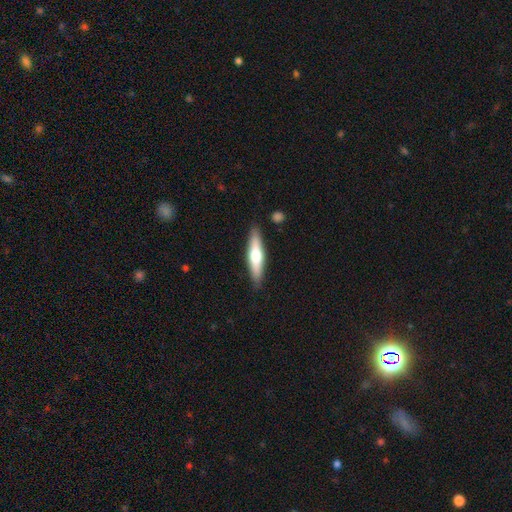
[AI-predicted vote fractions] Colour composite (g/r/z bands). It shows a smooth galaxy with no disk features (51%) that is cigar-shaped (79%). Merging: none (87%).